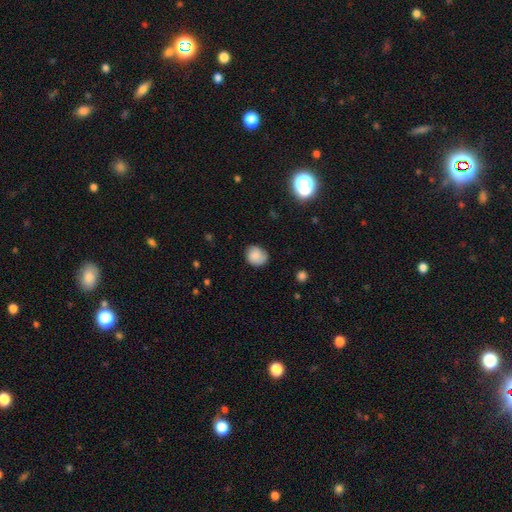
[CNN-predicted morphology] Smooth or featured? Predicted: smooth (p=0.79). How rounded? Predicted: round (p=0.75). Merging? Predicted: none (p=0.72).